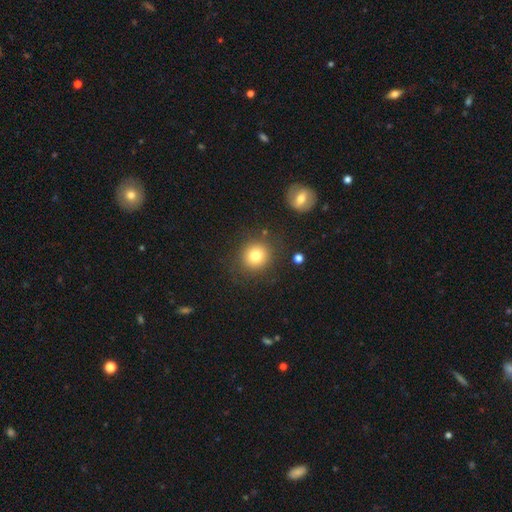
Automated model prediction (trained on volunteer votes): A smooth galaxy with no disk features (78%) that is round (88%).

Vote fractions:
- Smooth or featured? smooth: 78% / star or artifact: 12% / featured or disk: 10%
- How rounded? round: 88% / in between: 11% / cigar-shaped: 1%
- Merging? none: 84% / minor disturbance: 9% / major disturbance: 4% / merger: 3%